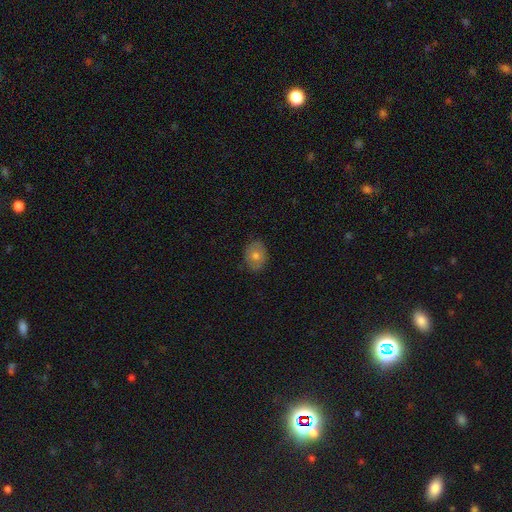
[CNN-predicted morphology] Smooth or featured? smooth (67%)
How rounded? in between (54%)
Merging? none (84%)